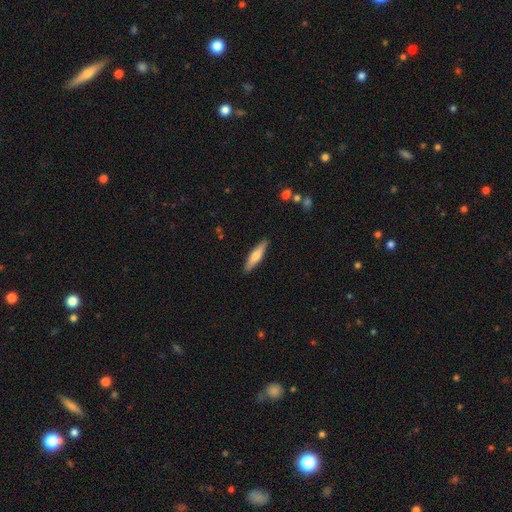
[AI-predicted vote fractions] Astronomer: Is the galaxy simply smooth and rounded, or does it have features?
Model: smooth — 61%.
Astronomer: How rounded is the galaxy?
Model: cigar-shaped — 79%.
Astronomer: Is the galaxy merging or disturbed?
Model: none — 89%.